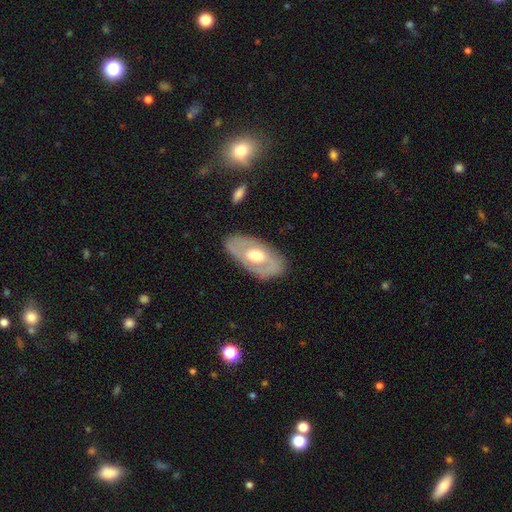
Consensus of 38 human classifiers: Morphology: type=featured or disk (66%); edge-on=no (84%); bar=no (57%); spiral arms=yes (57%); winding=medium (42%); arm count=can't tell (67%); bulge=moderate (76%); merging=none (73%).